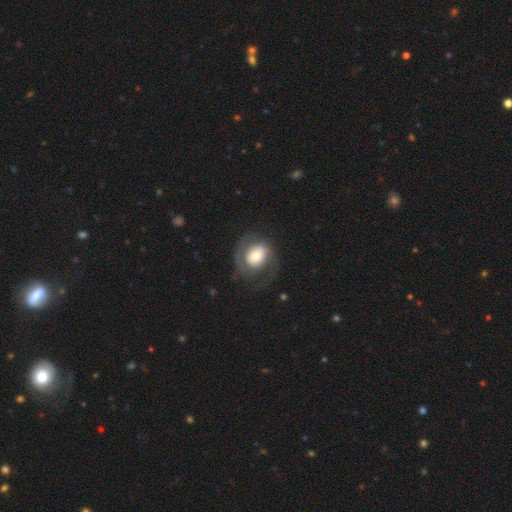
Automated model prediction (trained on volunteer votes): smooth_or_featured: featured or disk (p=0.59) [alt: smooth p=0.35]
disk_edge_on: no (p=0.97) [alt: yes p=0.03]
bar: no (p=0.70) [alt: weak p=0.21]
has_spiral_arms: yes (p=0.74) [alt: no p=0.26]
bulge_size: moderate (p=0.43) [alt: large p=0.30]
merging: none (p=0.60) [alt: major disturbance p=0.20]